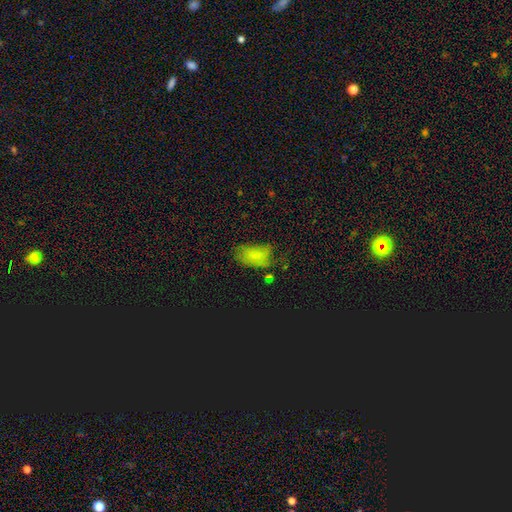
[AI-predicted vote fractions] Smooth or featured?
  - smooth: 68% *
  - star or artifact: 17%
  - featured or disk: 15%
How rounded?
  - in between: 91% *
  - round: 6%
  - cigar-shaped: 3%
Merging?
  - none: 43% *
  - minor disturbance: 32%
  - major disturbance: 21%
  - merger: 4%